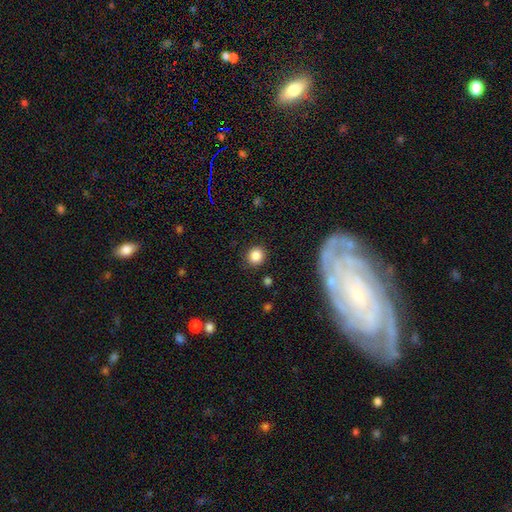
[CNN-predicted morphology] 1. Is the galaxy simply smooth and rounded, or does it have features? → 85% smooth, 11% star or artifact, 5% featured or disk.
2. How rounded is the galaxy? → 89% round, 10% in between, 1% cigar-shaped.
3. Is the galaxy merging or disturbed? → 88% none, 7% minor disturbance, 3% major disturbance, 2% merger.